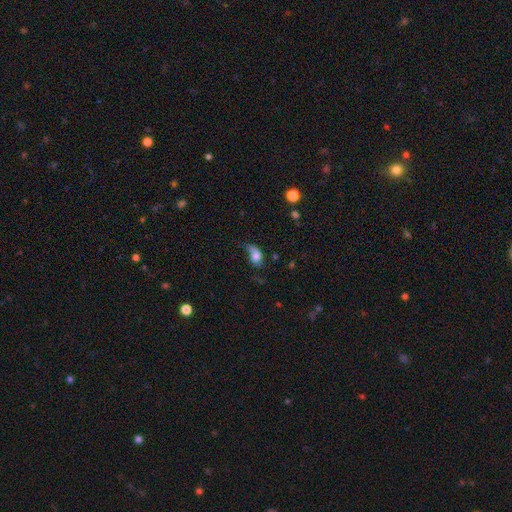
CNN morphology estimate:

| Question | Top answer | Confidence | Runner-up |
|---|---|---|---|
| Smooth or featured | smooth | 60% | featured or disk (29%) |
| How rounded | in between | 73% | round (24%) |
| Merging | none | 32% | major disturbance (31%) |